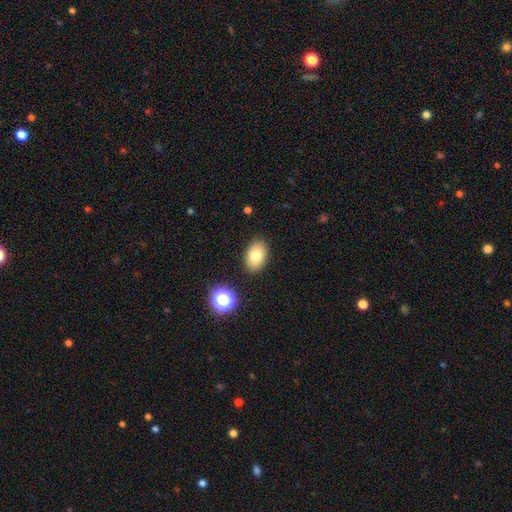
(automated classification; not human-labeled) smooth 78%, featured or disk 12%, star or artifact 10%. Down the decision tree: how rounded — in between (87%); merging — none (86%).